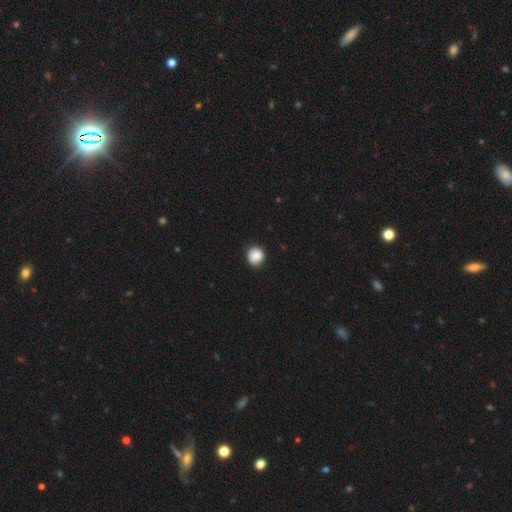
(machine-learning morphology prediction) This appears to be a smooth galaxy with no disk features (88%) that is round (88%). Merging: none (86%).